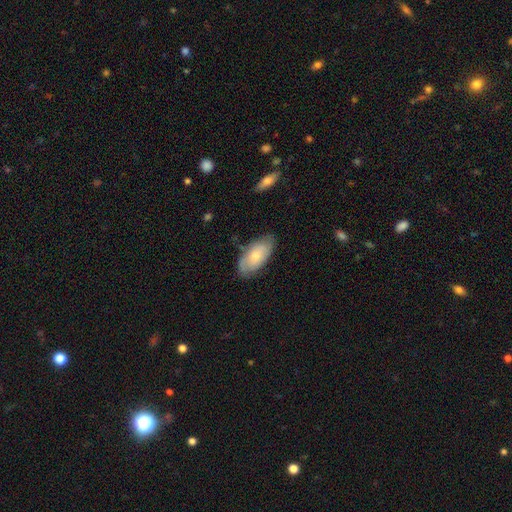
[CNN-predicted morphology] This is likely a smooth galaxy (65%). How rounded: clearly in between (92%). Merging: likely none (72%).